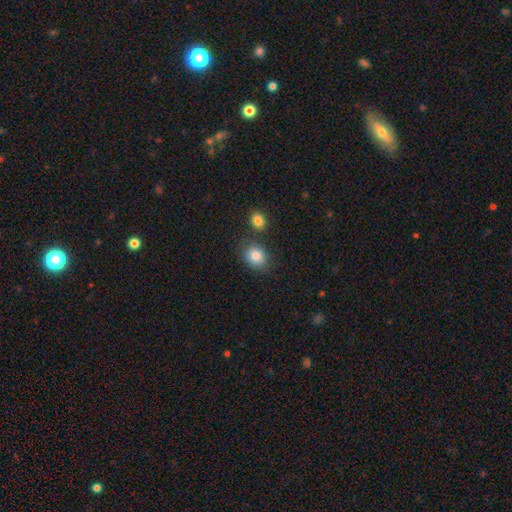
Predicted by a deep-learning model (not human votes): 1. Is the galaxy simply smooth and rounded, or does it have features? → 85% smooth, 9% star or artifact, 6% featured or disk.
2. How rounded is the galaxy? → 52% round, 47% in between, 1% cigar-shaped.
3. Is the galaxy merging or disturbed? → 73% none, 12% minor disturbance, 11% merger, 4% major disturbance.